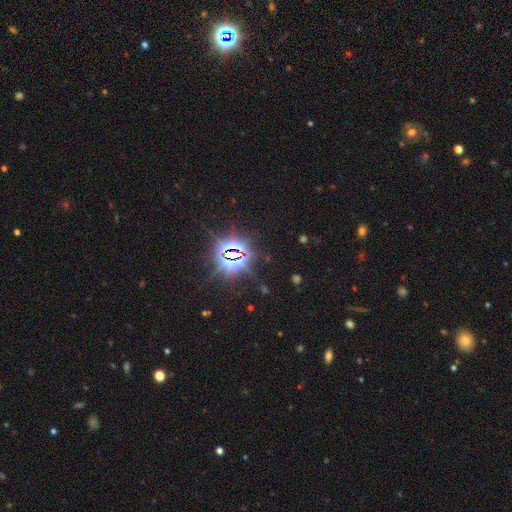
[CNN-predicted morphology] Overall: star or artifact (84%).